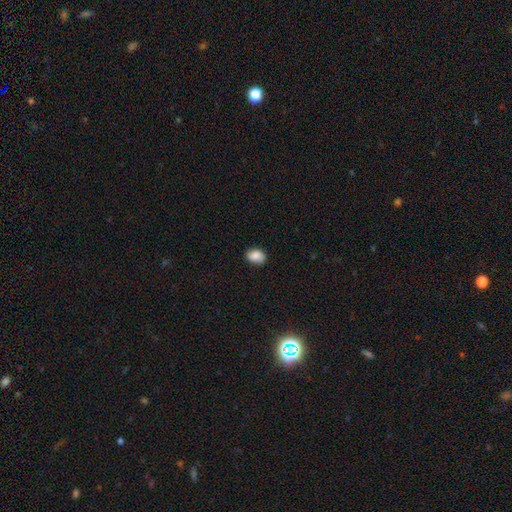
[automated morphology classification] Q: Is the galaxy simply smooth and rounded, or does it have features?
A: smooth — 81%.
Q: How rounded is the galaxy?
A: in between — 67%.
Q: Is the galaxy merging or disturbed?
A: none — 82%.